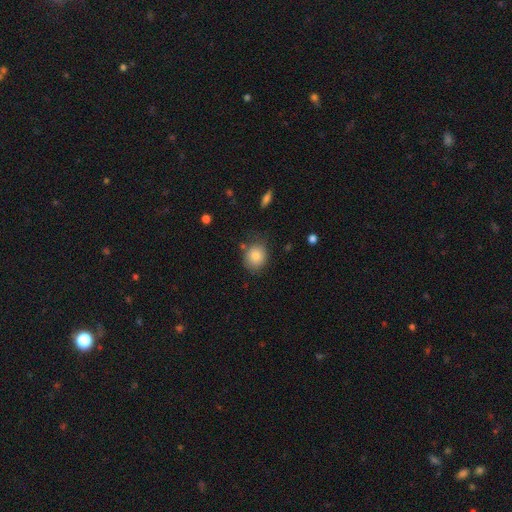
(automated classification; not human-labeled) Smooth or featured?
  - smooth: 85% *
  - star or artifact: 8%
  - featured or disk: 7%
How rounded?
  - round: 67% *
  - in between: 32%
  - cigar-shaped: 1%
Merging?
  - none: 74% *
  - minor disturbance: 18%
  - major disturbance: 5%
  - merger: 3%